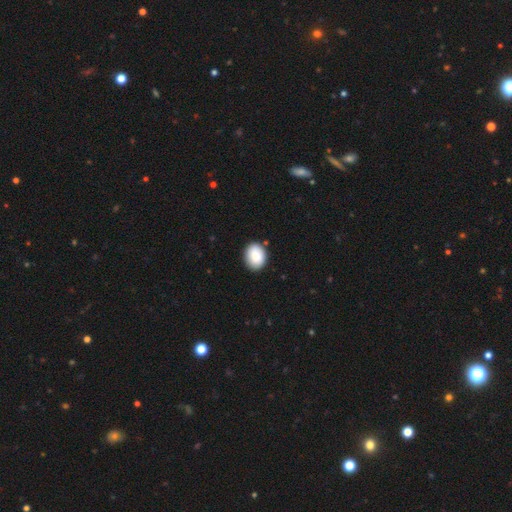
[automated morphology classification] Smooth or featured? Predicted: smooth (p=0.88). How rounded? Predicted: in between (p=0.58). Merging? Predicted: none (p=0.85).